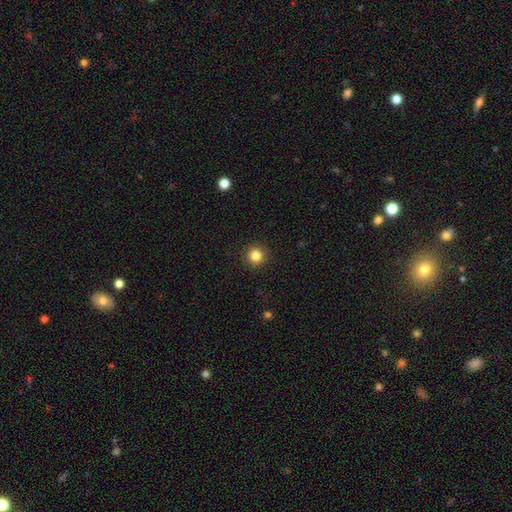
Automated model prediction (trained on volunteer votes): Smooth or featured: smooth — 84% (star or artifact — 12%)
How rounded: round — 96% (in between — 4%)
Merging: none — 93% (minor disturbance — 5%)